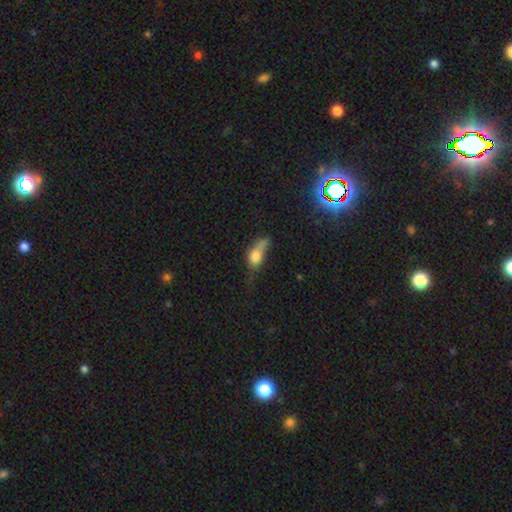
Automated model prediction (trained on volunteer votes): A smooth galaxy with no disk features (68%) that is in between round and cigar-shaped (66%).

Vote fractions:
- Smooth or featured? smooth: 68% / featured or disk: 21% / star or artifact: 12%
- How rounded? in between: 66% / round: 21% / cigar-shaped: 13%
- Merging? major disturbance: 31% / minor disturbance: 26% / none: 24% / merger: 18%